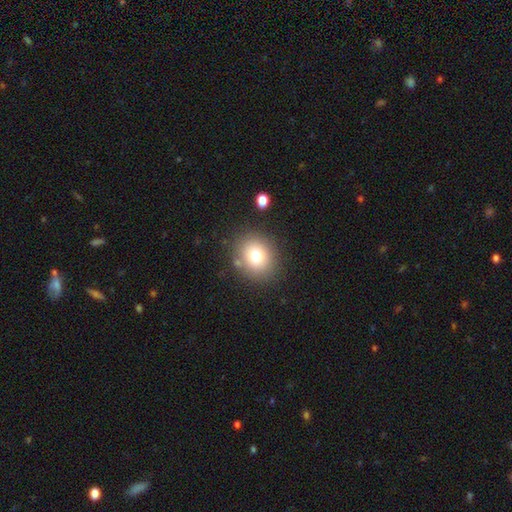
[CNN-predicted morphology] smooth_or_featured: smooth (p=0.76) [alt: star or artifact p=0.12]
how_rounded: round (p=0.71) [alt: in between p=0.28]
merging: none (p=0.82) [alt: minor disturbance p=0.10]